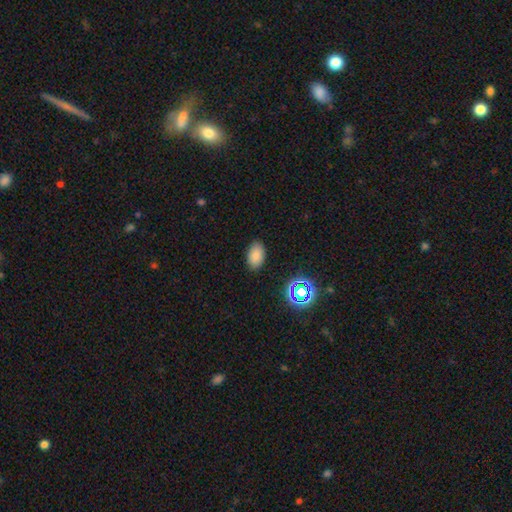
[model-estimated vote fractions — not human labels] smooth_or_featured: smooth (p=0.80) [alt: star or artifact p=0.14]
how_rounded: in between (p=0.90) [alt: round p=0.09]
merging: none (p=0.87) [alt: minor disturbance p=0.10]